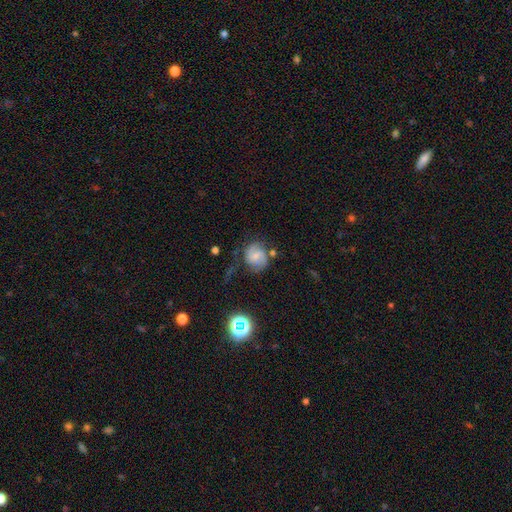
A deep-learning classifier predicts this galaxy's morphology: Smooth or featured? featured or disk (52%)
Edge-on disk? no (97%)
Bar? weak (44%, tied with no)
Spiral arms? yes (86%)
Bulge size? small (54%)
Merging? none (55%)